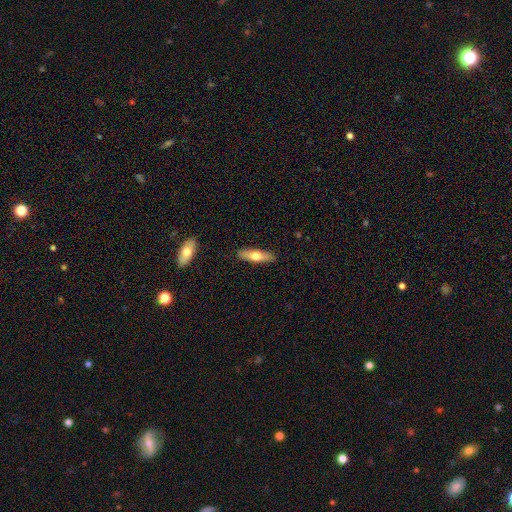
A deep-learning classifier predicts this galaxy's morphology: A smooth galaxy with no disk features (58%) that is cigar-shaped (62%).

Vote fractions:
- Smooth or featured? smooth: 58% / featured or disk: 37% / star or artifact: 6%
- How rounded? cigar-shaped: 62% / in between: 36% / round: 2%
- Merging? none: 89% / minor disturbance: 8% / major disturbance: 2% / merger: 1%